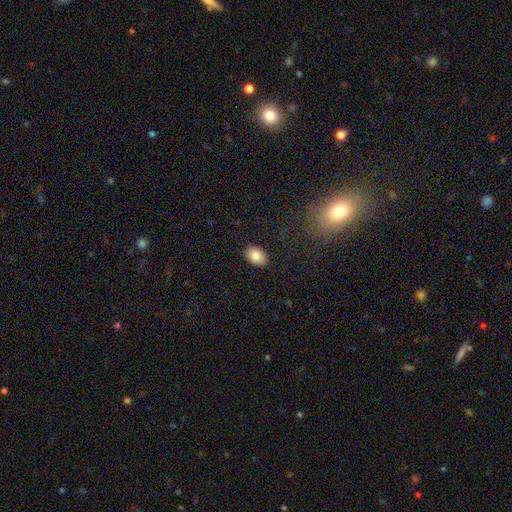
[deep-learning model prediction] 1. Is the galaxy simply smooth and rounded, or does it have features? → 85% smooth, 8% star or artifact, 7% featured or disk.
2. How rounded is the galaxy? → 87% in between, 12% round, 1% cigar-shaped.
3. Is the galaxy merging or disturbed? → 89% none, 8% minor disturbance, 2% major disturbance, 1% merger.